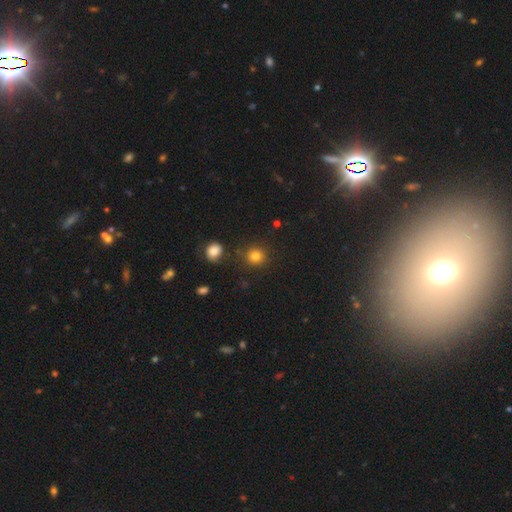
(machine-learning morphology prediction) Smooth or featured? Predicted: smooth (p=0.82). How rounded? Predicted: round (p=0.91). Merging? Predicted: none (p=0.85).